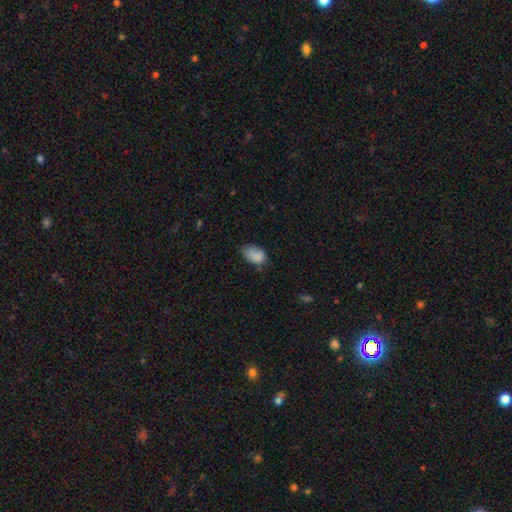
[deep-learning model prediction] This appears to be a smooth galaxy with no disk features (82%) that is in between round and cigar-shaped (85%). Merging: none (49%).